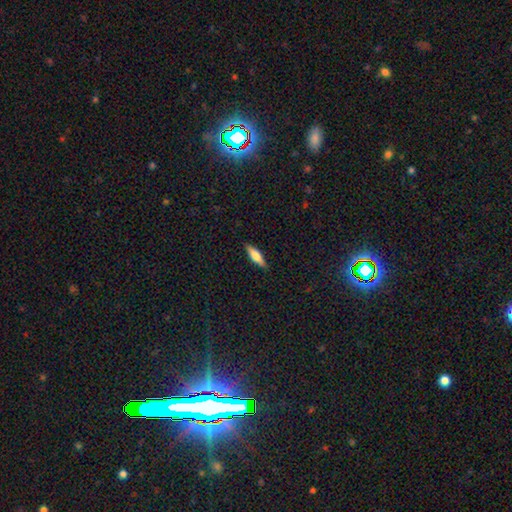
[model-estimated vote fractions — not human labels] smooth 57%, featured or disk 37%, star or artifact 6%. Down the decision tree: how rounded — cigar-shaped (65%); merging — none (89%).